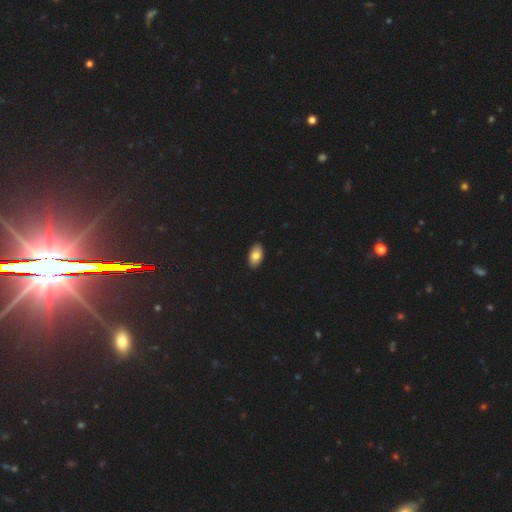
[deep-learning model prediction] smooth 82%, featured or disk 10%, star or artifact 9%. Down the decision tree: how rounded — in between (94%); merging — none (90%).